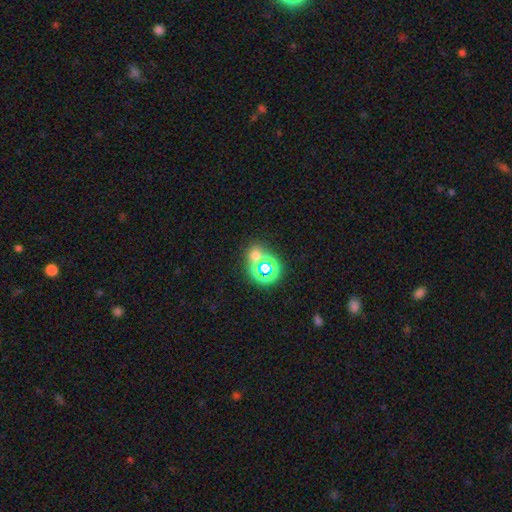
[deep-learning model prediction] Smooth or featured? star or artifact (47%)